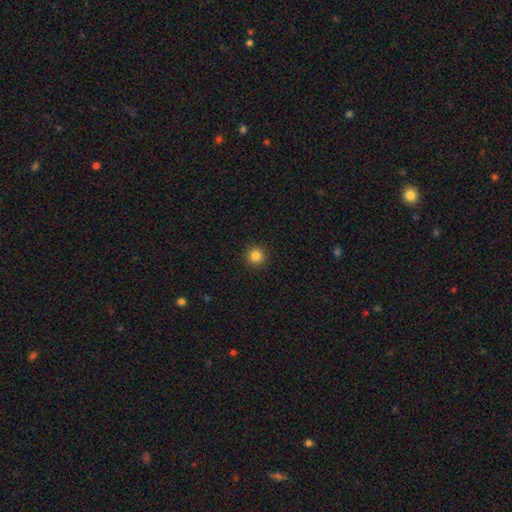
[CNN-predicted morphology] This appears to be a smooth galaxy with no disk features (84%) that is round (95%). Merging: none (92%).